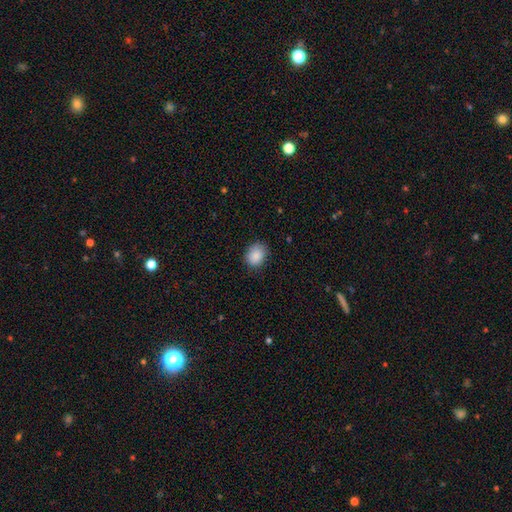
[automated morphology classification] Smooth or featured?
  - smooth: 88% *
  - star or artifact: 8%
  - featured or disk: 4%
How rounded?
  - in between: 62% *
  - round: 38%
  - cigar-shaped: 1%
Merging?
  - none: 81% *
  - minor disturbance: 15%
  - major disturbance: 3%
  - merger: 1%